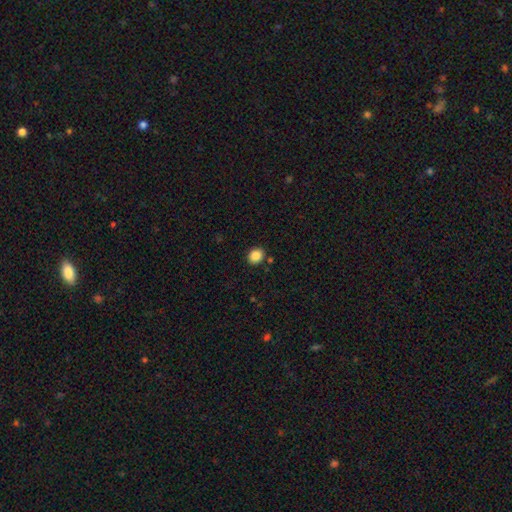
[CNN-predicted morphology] Smooth or featured?
  - smooth: 87% *
  - star or artifact: 9%
  - featured or disk: 4%
How rounded?
  - round: 61% *
  - in between: 38%
  - cigar-shaped: 1%
Merging?
  - none: 87% *
  - minor disturbance: 8%
  - merger: 3%
  - major disturbance: 2%